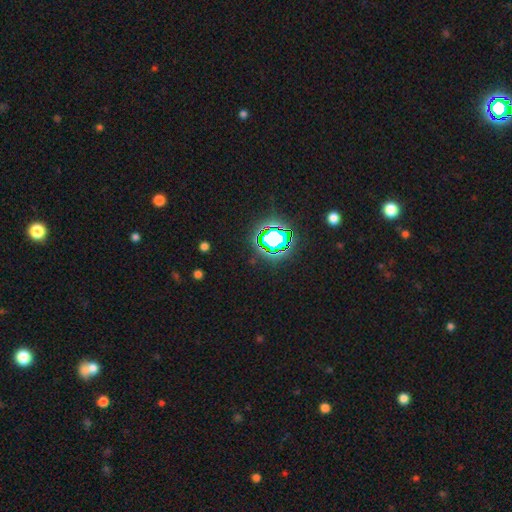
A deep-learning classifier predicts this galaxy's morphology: Smooth or featured? Predicted: star or artifact (p=0.82).